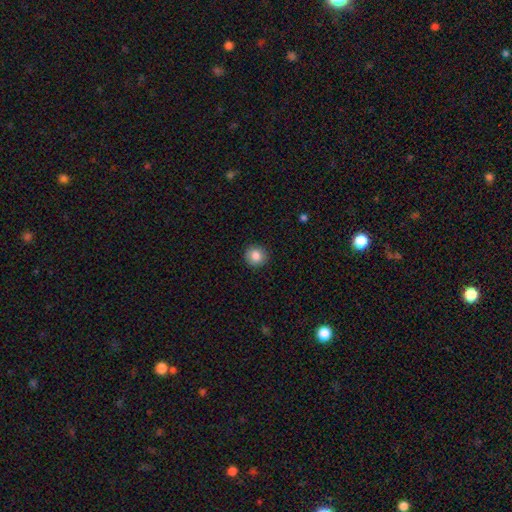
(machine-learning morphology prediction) Overall: smooth (84%). How rounded: round (93%). Merging: none (92%).